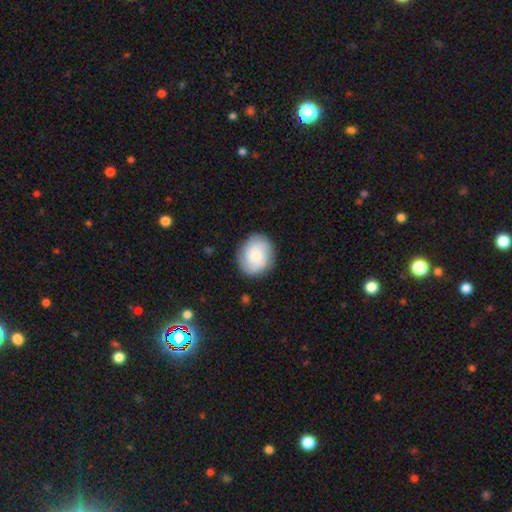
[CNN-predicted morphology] smooth 62%, featured or disk 31%, star or artifact 7%. Down the decision tree: how rounded — round (71%); merging — none (85%).